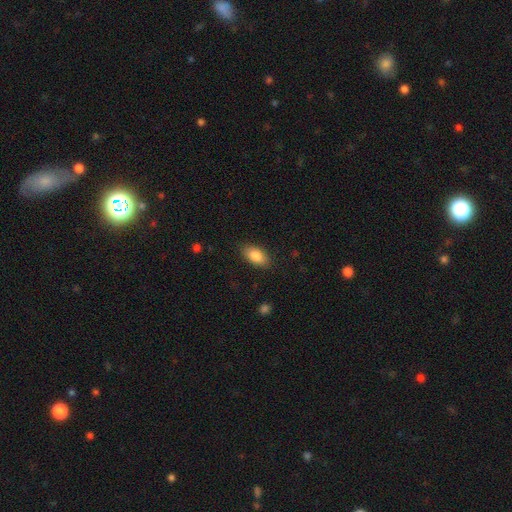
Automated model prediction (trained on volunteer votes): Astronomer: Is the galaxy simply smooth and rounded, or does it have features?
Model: smooth — 85%.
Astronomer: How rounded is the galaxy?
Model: in between — 91%.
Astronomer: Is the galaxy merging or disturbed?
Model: none — 86%.